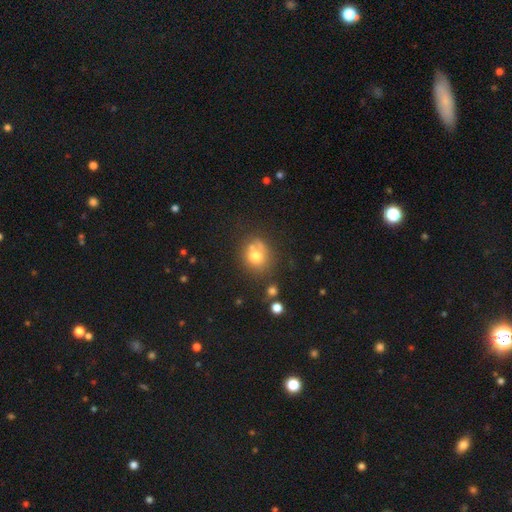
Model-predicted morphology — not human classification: Smooth or featured?
  - smooth: 71% *
  - featured or disk: 16%
  - star or artifact: 13%
How rounded?
  - round: 73% *
  - in between: 26%
  - cigar-shaped: 1%
Merging?
  - none: 55% *
  - merger: 20%
  - minor disturbance: 18%
  - major disturbance: 8%